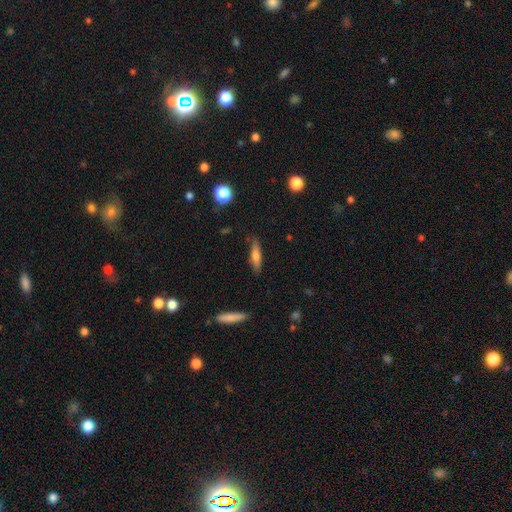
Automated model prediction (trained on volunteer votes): Smooth or featured?
  - smooth: 62% *
  - featured or disk: 31%
  - star or artifact: 7%
How rounded?
  - cigar-shaped: 78% *
  - in between: 20%
  - round: 2%
Merging?
  - none: 83% *
  - minor disturbance: 13%
  - major disturbance: 3%
  - merger: 2%